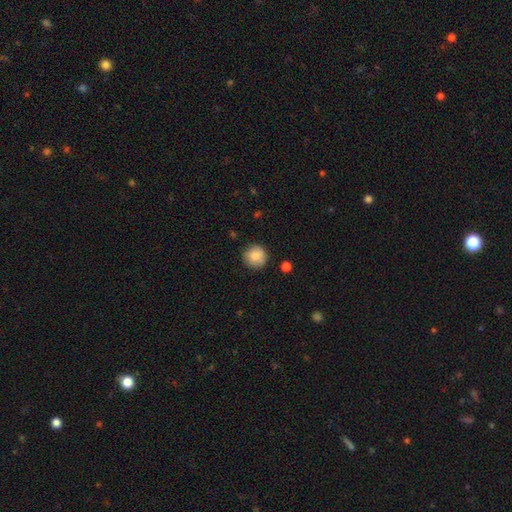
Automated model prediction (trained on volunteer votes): Smooth or featured?
  - smooth: 88% *
  - star or artifact: 8%
  - featured or disk: 5%
How rounded?
  - round: 94% *
  - in between: 5%
  - cigar-shaped: 1%
Merging?
  - none: 87% *
  - minor disturbance: 10%
  - major disturbance: 2%
  - merger: 1%